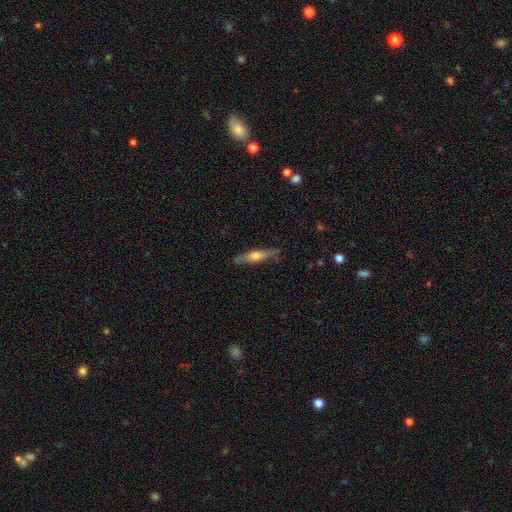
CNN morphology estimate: Smooth or featured?
  - featured or disk: 51% *
  - smooth: 43%
  - star or artifact: 6%
Edge-on disk?
  - yes: 91% *
  - no: 9%
Merging?
  - none: 81% *
  - minor disturbance: 14%
  - major disturbance: 3%
  - merger: 2%